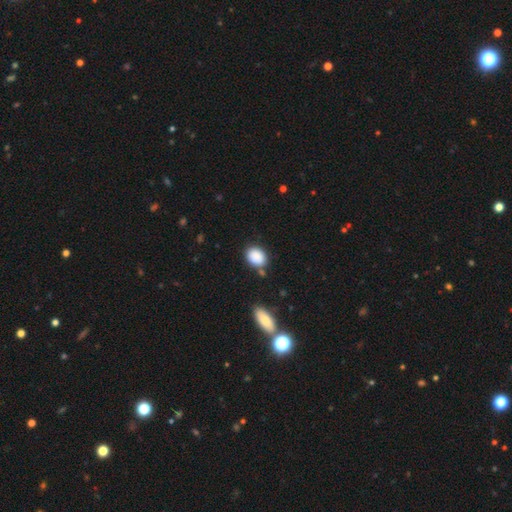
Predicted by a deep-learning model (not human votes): smooth 88%, star or artifact 8%, featured or disk 4%. Down the decision tree: how rounded — in between (64%); merging — none (74%).